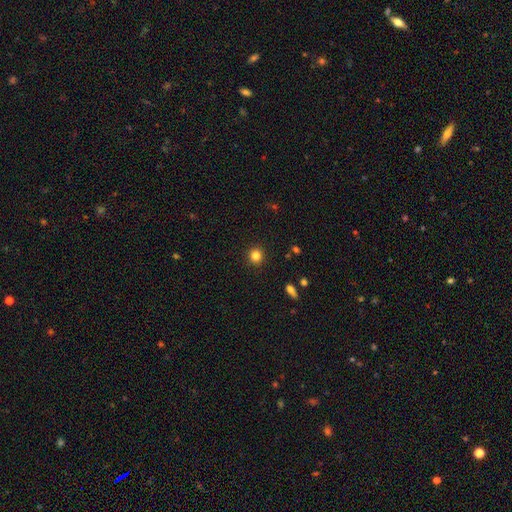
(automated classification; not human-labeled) The model was most divided on "smooth or featured": smooth: 83%, star or artifact: 12%, featured or disk: 5%. More confident: how rounded — round (92%); merging — none (92%).